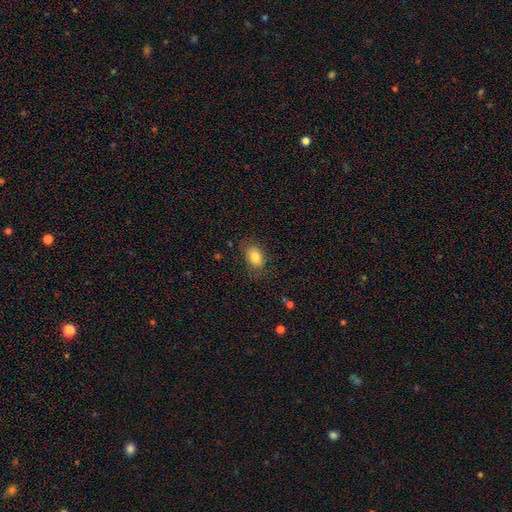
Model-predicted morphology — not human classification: smooth 82%, star or artifact 10%, featured or disk 8%. Down the decision tree: how rounded — in between (77%); merging — none (80%).